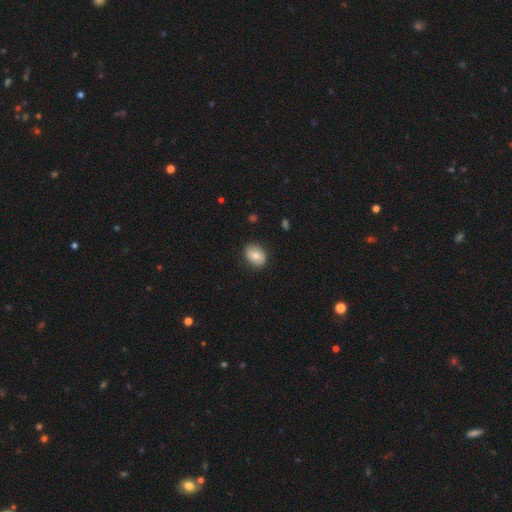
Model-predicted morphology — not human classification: Smooth or featured?
  - smooth: 76% *
  - featured or disk: 17%
  - star or artifact: 8%
How rounded?
  - in between: 66% *
  - round: 33%
  - cigar-shaped: 1%
Merging?
  - none: 84% *
  - minor disturbance: 13%
  - major disturbance: 3%
  - merger: 1%